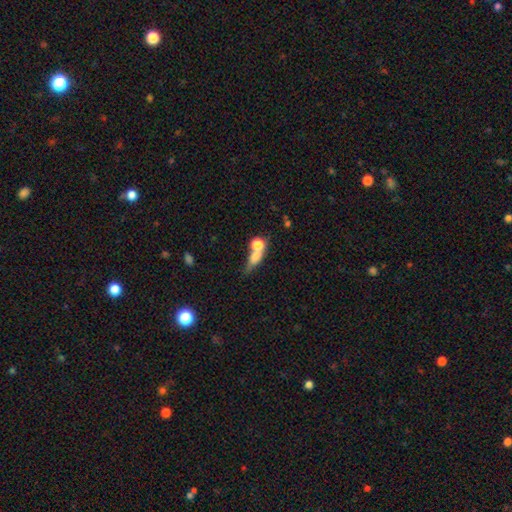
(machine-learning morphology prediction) Q: Smooth or featured?
A: smooth (66%); runner-up: featured or disk (21%)
Q: How rounded?
A: in between (44%); runner-up: round (33%)
Q: Merging?
A: merger (46%); runner-up: none (32%)